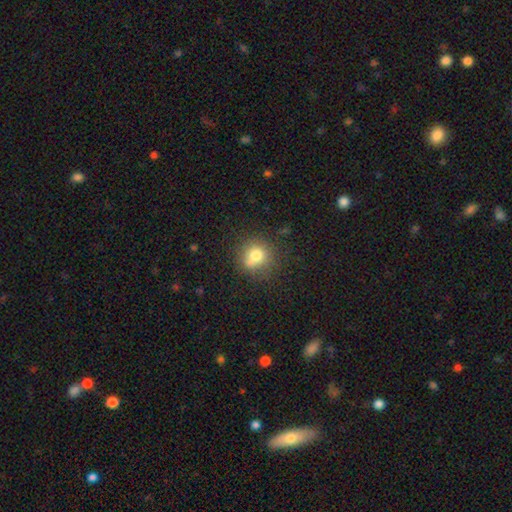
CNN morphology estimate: smooth 74%, featured or disk 14%, star or artifact 13%. Down the decision tree: how rounded — round (88%); merging — none (63%).